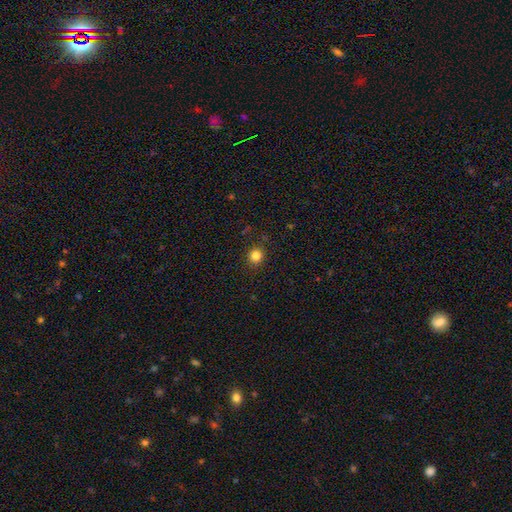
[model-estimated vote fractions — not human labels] A smooth galaxy with no disk features (83%) that is round (87%).

Vote fractions:
- Smooth or featured? smooth: 83% / star or artifact: 13% / featured or disk: 5%
- How rounded? round: 87% / in between: 12% / cigar-shaped: 1%
- Merging? none: 89% / minor disturbance: 7% / major disturbance: 2% / merger: 1%